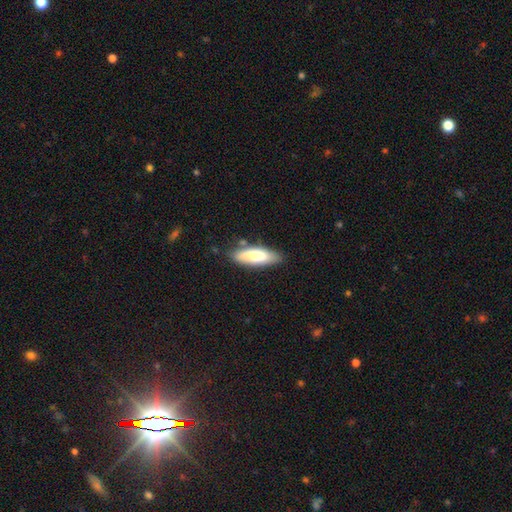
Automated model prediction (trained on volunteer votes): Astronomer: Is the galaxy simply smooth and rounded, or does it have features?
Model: smooth — 79%.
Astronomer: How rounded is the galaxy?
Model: in between — 56% (runner-up: cigar-shaped, 42%).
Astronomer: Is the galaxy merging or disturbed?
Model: none — 79%.